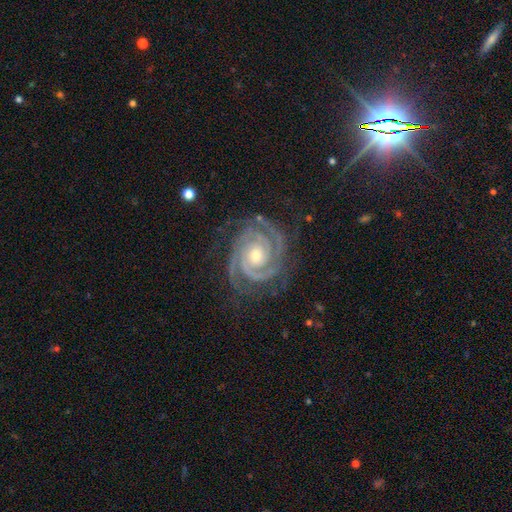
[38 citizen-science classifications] smooth-or-featured: featured or disk: 89% | star or artifact: 8% | smooth: 3%
  disk-edge-on: no: 94% | yes: 6%
    bar: no: 59% | weak: 22% | strong: 19%
    has-spiral-arms: yes: 100% | no: 0%
      spiral-winding: tight: 81% | medium: 19% | loose: 0%
      spiral-arm-count: 2: 53% | 3: 31% | 4: 9% | can't tell: 6% | 1: 0% | more than 4: 0%
    bulge-size: moderate: 62% | small: 31% | none: 6% | dominant: 0% | large: 0%
  merging: none: 71% | minor disturbance: 17% | major disturbance: 9% | merger: 3%